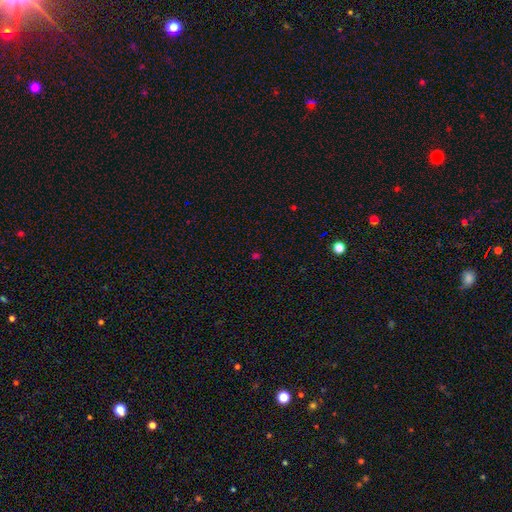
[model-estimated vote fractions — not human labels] smooth-or-featured: star or artifact: 54% | smooth: 40% | featured or disk: 6%